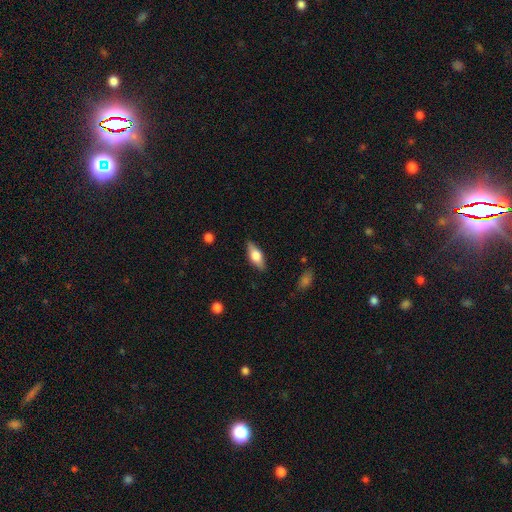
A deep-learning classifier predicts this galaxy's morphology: Smooth or featured?
  - smooth: 60% *
  - featured or disk: 34%
  - star or artifact: 6%
How rounded?
  - in between: 74% *
  - cigar-shaped: 23%
  - round: 3%
Merging?
  - none: 85% *
  - minor disturbance: 11%
  - major disturbance: 2%
  - merger: 1%